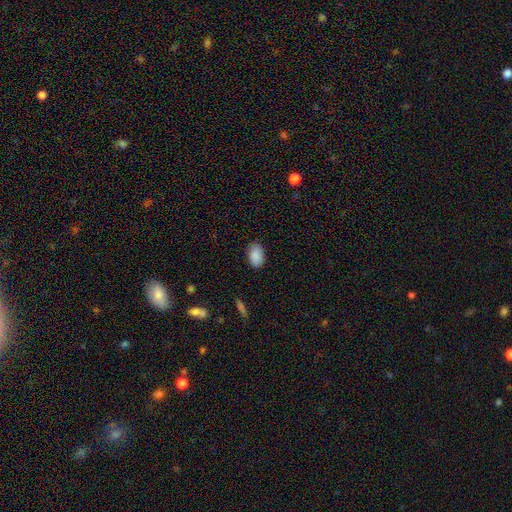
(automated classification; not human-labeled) This appears to be a smooth galaxy with no disk features (89%) that is in between round and cigar-shaped (90%). Merging: none (84%).